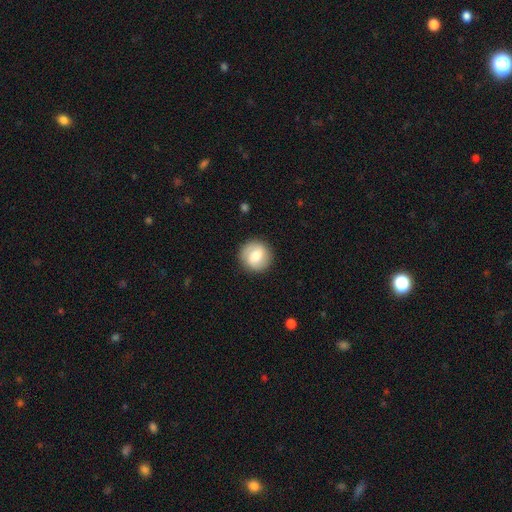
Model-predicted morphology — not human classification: smooth_or_featured: smooth (p=0.66) [alt: featured or disk p=0.27]
how_rounded: round (p=0.92) [alt: in between p=0.07]
merging: none (p=0.89) [alt: minor disturbance p=0.08]